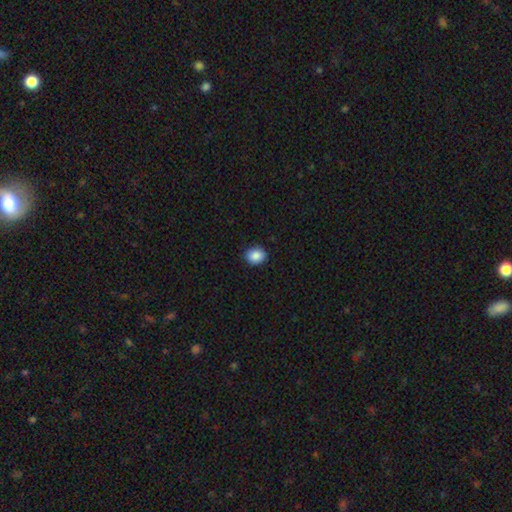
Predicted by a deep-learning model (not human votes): Smooth or featured: smooth — 88% (star or artifact — 8%)
How rounded: round — 63% (in between — 36%)
Merging: none — 90% (minor disturbance — 7%)